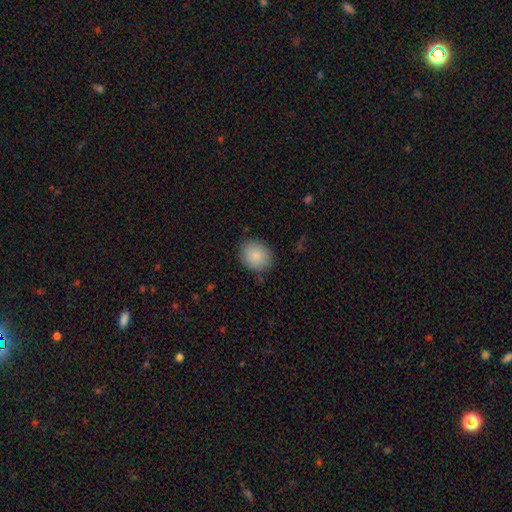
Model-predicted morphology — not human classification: Smooth or featured?
  - smooth: 87% *
  - star or artifact: 7%
  - featured or disk: 6%
How rounded?
  - round: 65% *
  - in between: 34%
  - cigar-shaped: 1%
Merging?
  - none: 86% *
  - minor disturbance: 11%
  - major disturbance: 3%
  - merger: 1%